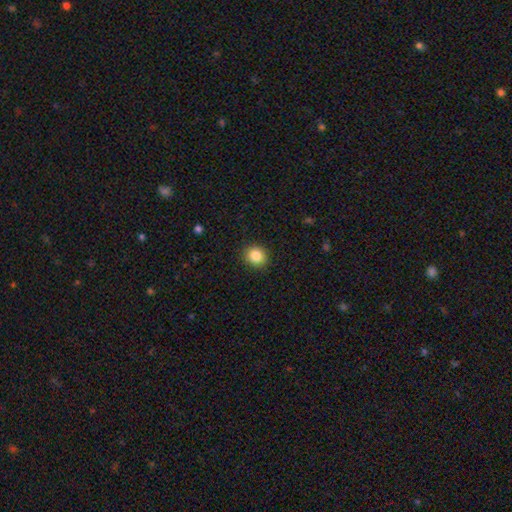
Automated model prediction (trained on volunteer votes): Morphology: type=smooth (86%); roundness=round (81%); merging=none (91%).